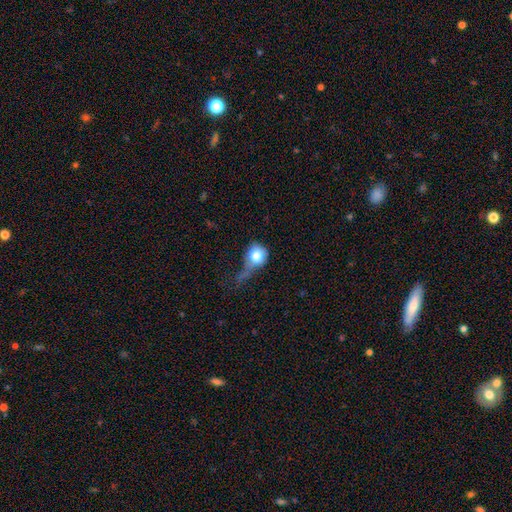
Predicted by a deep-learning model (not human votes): Smooth or featured? smooth (73%)
How rounded? round (77%)
Merging? major disturbance (39%)